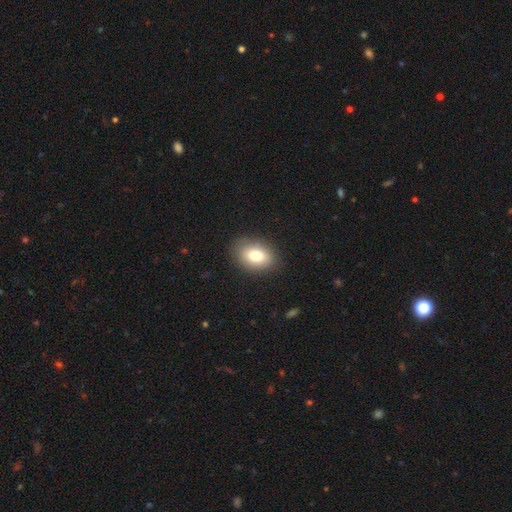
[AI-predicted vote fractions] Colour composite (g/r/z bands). It shows a smooth galaxy with no disk features (81%) that is in between round and cigar-shaped (82%). Merging: none (86%).